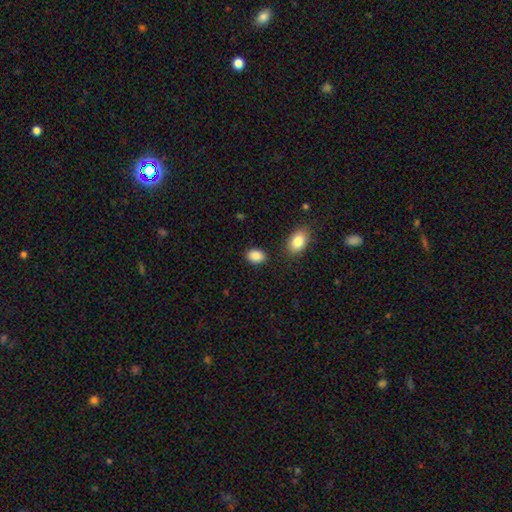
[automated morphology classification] This appears to be a smooth galaxy with no disk features (88%) that is in between round and cigar-shaped (76%). Merging: none (85%).